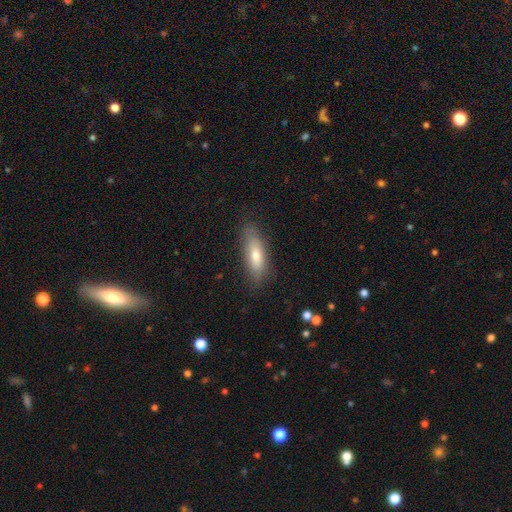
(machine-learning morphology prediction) type=smooth (71%); roundness=in between (54%); merging=none (81%).